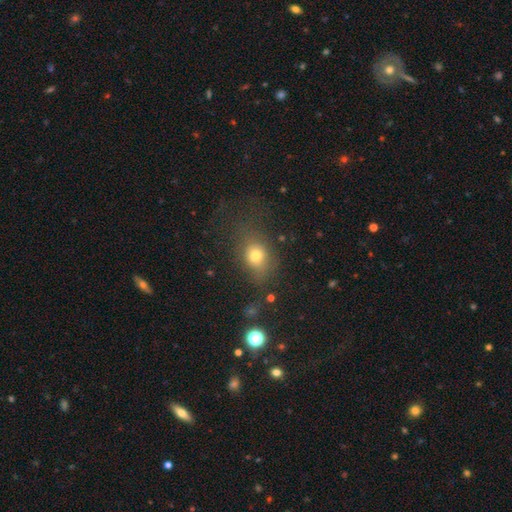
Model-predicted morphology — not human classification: Smooth or featured: smooth — 72% (star or artifact — 16%)
How rounded: in between — 53% (round — 45%)
Merging: none — 60% (minor disturbance — 21%)